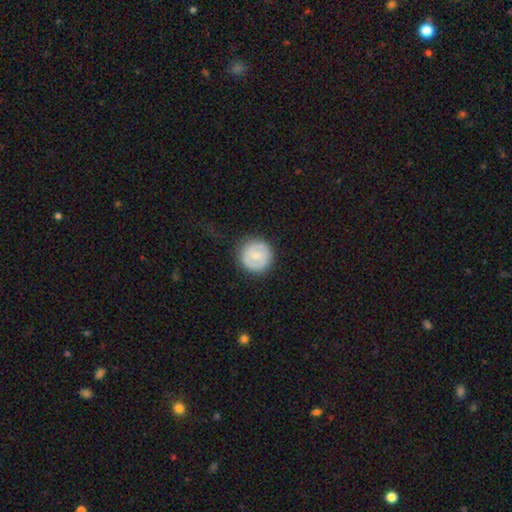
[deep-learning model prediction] A smooth galaxy with no disk features (64%) that is round (94%). Merging: none (86%).